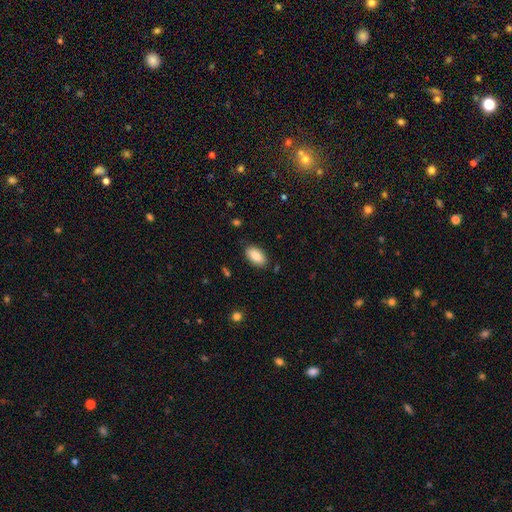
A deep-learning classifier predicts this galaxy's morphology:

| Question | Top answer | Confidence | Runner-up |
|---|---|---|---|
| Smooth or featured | smooth | 85% | featured or disk (8%) |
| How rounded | in between | 94% | round (3%) |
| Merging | none | 86% | minor disturbance (10%) |